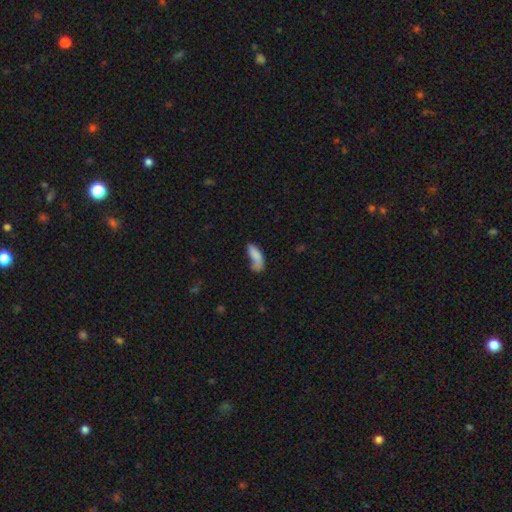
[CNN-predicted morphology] A smooth galaxy with no disk features (78%) that is in between round and cigar-shaped (70%). Merging: none (37%).